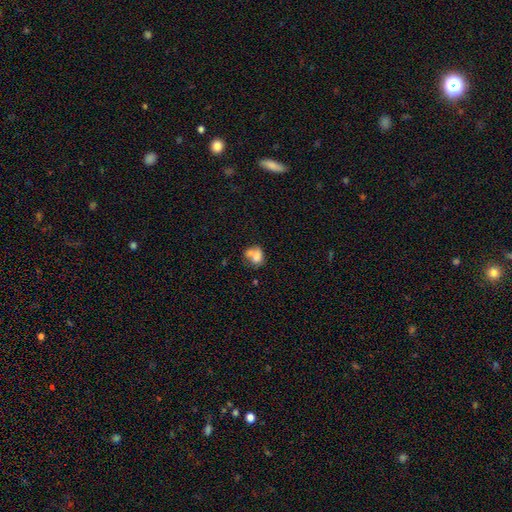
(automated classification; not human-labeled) Smooth or featured? smooth (72%)
How rounded? in between (59%)
Merging? merger (44%)